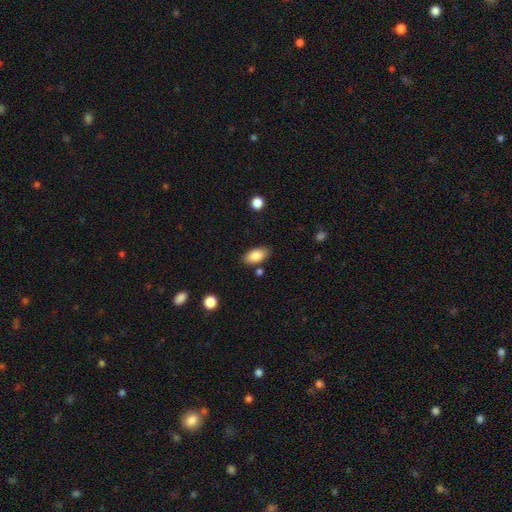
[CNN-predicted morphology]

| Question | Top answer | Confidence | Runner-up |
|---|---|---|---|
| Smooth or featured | smooth | 86% | featured or disk (7%) |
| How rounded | in between | 93% | cigar-shaped (4%) |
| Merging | none | 82% | minor disturbance (11%) |